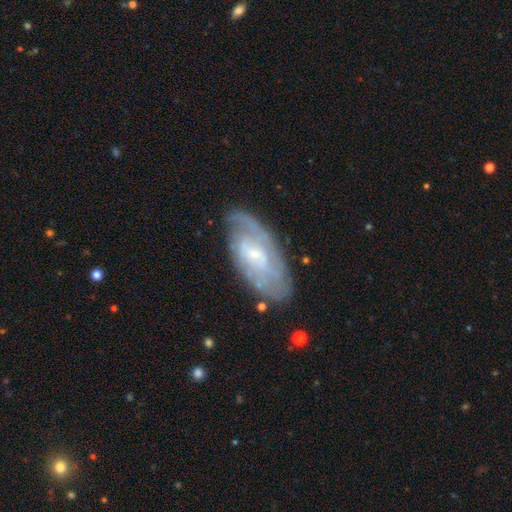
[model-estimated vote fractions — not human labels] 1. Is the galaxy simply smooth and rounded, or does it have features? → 76% featured or disk, 18% smooth, 6% star or artifact.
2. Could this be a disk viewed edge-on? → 92% no, 8% yes.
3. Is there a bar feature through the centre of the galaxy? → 45% no (tied), 45% weak (tied), 10% strong.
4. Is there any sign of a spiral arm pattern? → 87% yes, 13% no.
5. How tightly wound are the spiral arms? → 53% tight, 35% medium, 12% loose.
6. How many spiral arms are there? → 47% can't tell, 31% 2, 9% 3, 5% 1, 5% 4, 3% more than 4.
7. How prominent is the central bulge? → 71% small, 22% moderate, 5% none, 1% large, 1% dominant.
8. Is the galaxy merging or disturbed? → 73% none, 19% minor disturbance, 6% major disturbance, 2% merger.